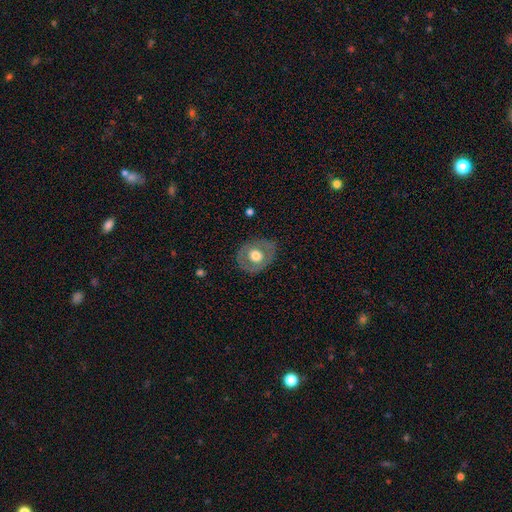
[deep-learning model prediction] Q: Smooth or featured?
A: smooth (53%); runner-up: featured or disk (40%)
Q: How rounded?
A: round (62%); runner-up: in between (37%)
Q: Merging?
A: none (80%); runner-up: minor disturbance (13%)